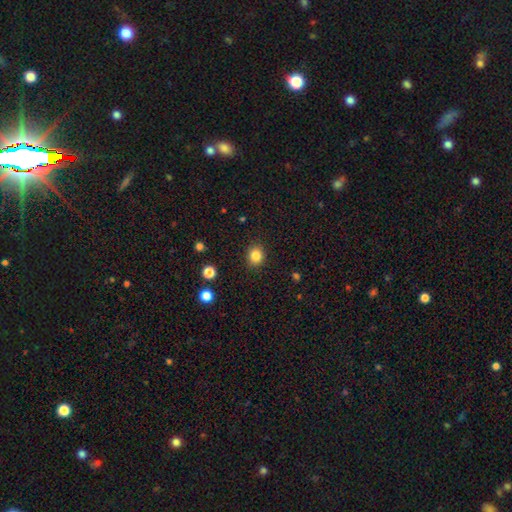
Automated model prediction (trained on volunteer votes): smooth-or-featured: smooth: 84% | star or artifact: 11% | featured or disk: 5%
  how-rounded: round: 76% | in between: 23% | cigar-shaped: 1%
  merging: none: 90% | minor disturbance: 7% | major disturbance: 2% | merger: 1%